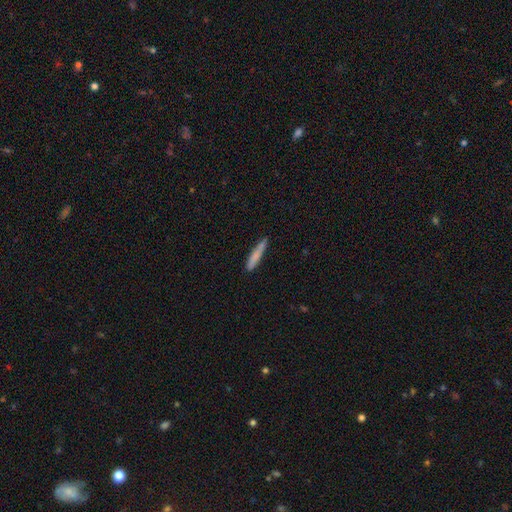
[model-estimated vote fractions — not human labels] smooth-or-featured: smooth: 77% | featured or disk: 16% | star or artifact: 6%
  how-rounded: cigar-shaped: 93% | in between: 6% | round: 1%
  merging: none: 79% | minor disturbance: 16% | merger: 3% | major disturbance: 3%